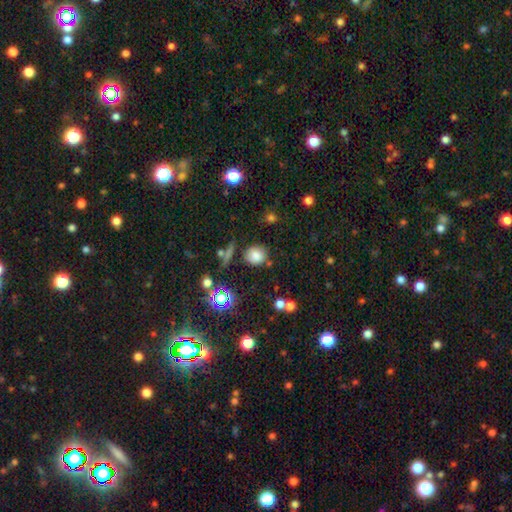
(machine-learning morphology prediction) Smooth or featured? Predicted: smooth (p=0.78). How rounded? Predicted: round (p=0.80). Merging? Predicted: none (p=0.77).